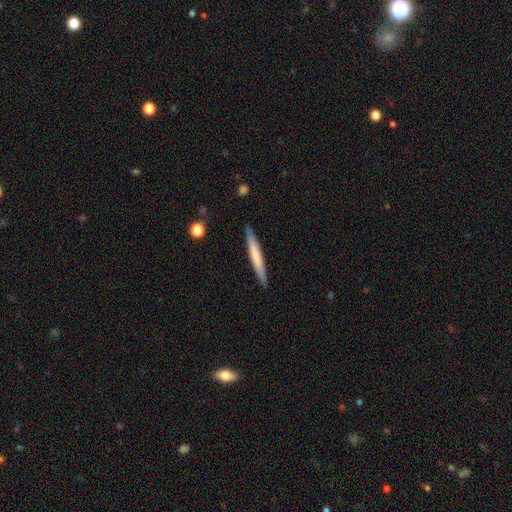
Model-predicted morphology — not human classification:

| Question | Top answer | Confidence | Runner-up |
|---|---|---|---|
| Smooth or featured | smooth | 63% | featured or disk (32%) |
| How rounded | cigar-shaped | 96% | in between (3%) |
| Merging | none | 90% | minor disturbance (7%) |